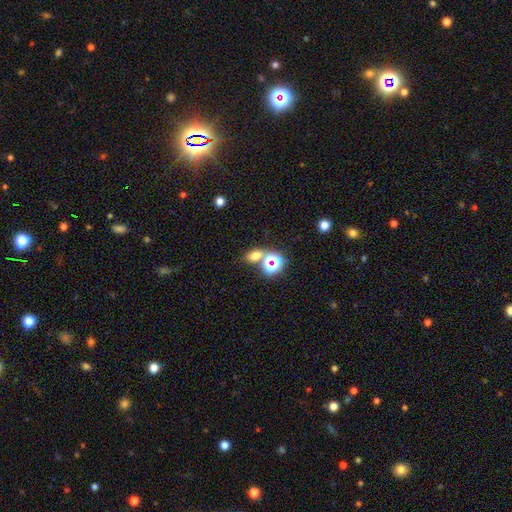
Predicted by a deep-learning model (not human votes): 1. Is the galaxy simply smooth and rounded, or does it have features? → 62% smooth, 28% star or artifact, 10% featured or disk.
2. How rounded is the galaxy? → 69% in between, 27% round, 4% cigar-shaped.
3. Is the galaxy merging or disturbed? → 62% none, 25% merger, 9% minor disturbance, 4% major disturbance.